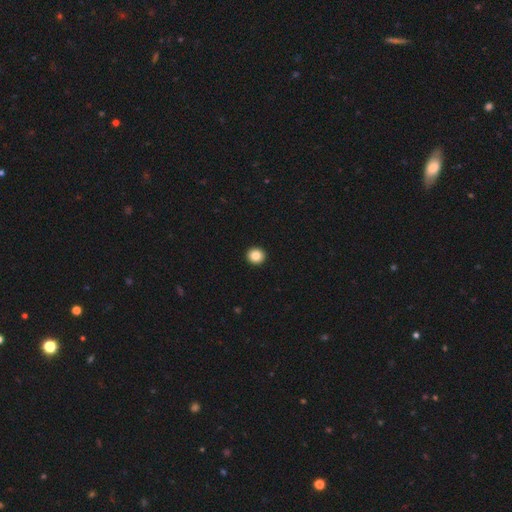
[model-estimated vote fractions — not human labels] Smooth or featured? Predicted: smooth (p=0.86). How rounded? Predicted: round (p=0.93). Merging? Predicted: none (p=0.94).